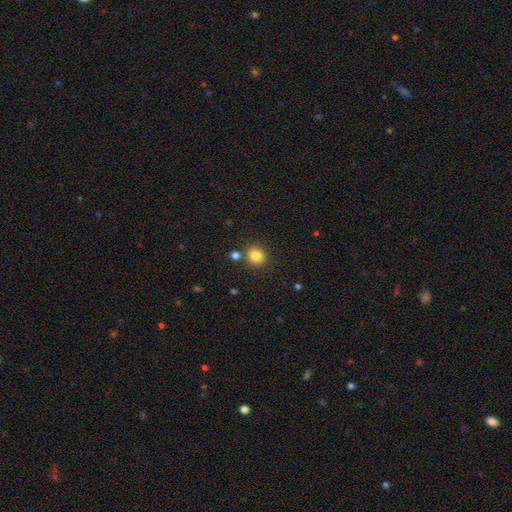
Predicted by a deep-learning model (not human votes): A smooth galaxy with no disk features (82%) that is round (88%). Merging: none (84%).